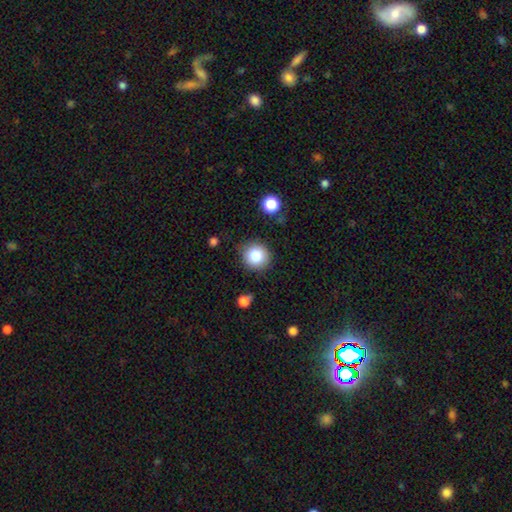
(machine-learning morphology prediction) Q: Smooth or featured?
A: smooth (84%); runner-up: star or artifact (10%)
Q: How rounded?
A: round (91%); runner-up: in between (8%)
Q: Merging?
A: none (84%); runner-up: minor disturbance (11%)